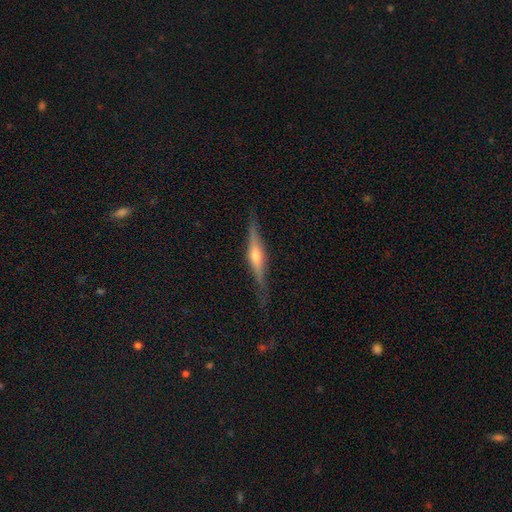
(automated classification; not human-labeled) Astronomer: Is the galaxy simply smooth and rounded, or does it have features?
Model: featured or disk — 77%.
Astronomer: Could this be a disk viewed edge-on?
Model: yes — 97%.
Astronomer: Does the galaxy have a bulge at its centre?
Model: rounded — 86%.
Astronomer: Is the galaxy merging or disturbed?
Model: none — 84%.